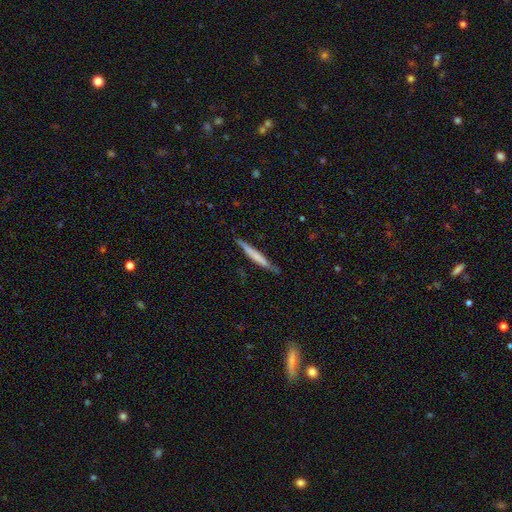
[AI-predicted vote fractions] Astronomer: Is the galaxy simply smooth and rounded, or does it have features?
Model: smooth — 54% (runner-up: featured or disk, 40%).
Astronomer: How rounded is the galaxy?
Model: cigar-shaped — 96%.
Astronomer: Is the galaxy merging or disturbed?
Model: none — 83%.